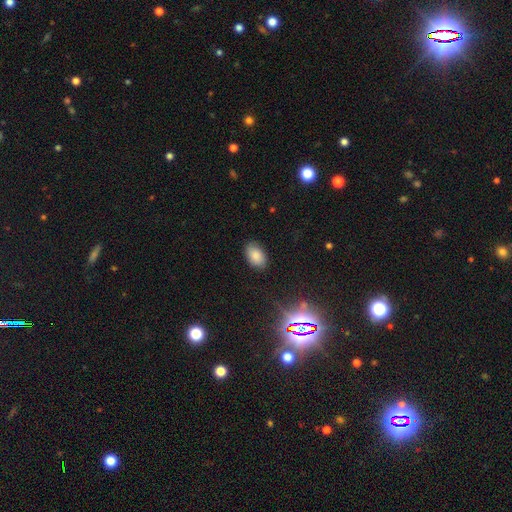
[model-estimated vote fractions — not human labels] Smooth or featured? smooth (82%)
How rounded? in between (91%)
Merging? none (84%)